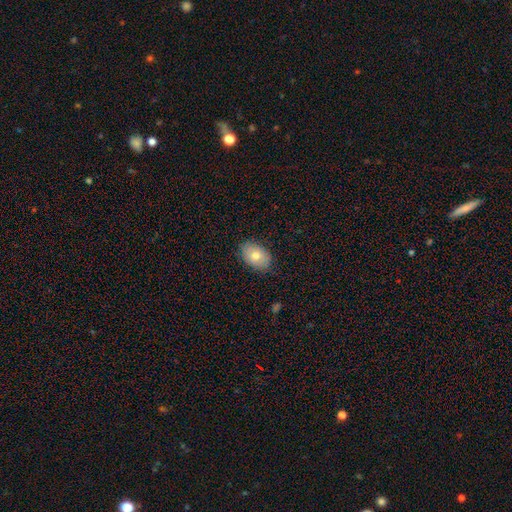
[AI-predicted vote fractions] The model was most divided on "smooth or featured": smooth: 73%, featured or disk: 19%, star or artifact: 8%. More confident: merging — none (84%); how rounded — in between (83%).